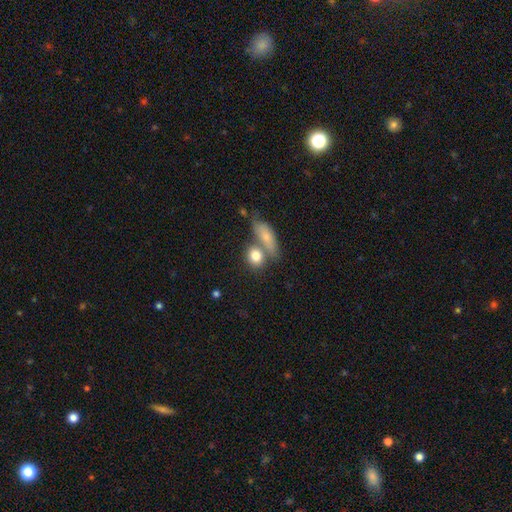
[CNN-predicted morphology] type=smooth (81%); roundness=round (55%); merging=none (48%).